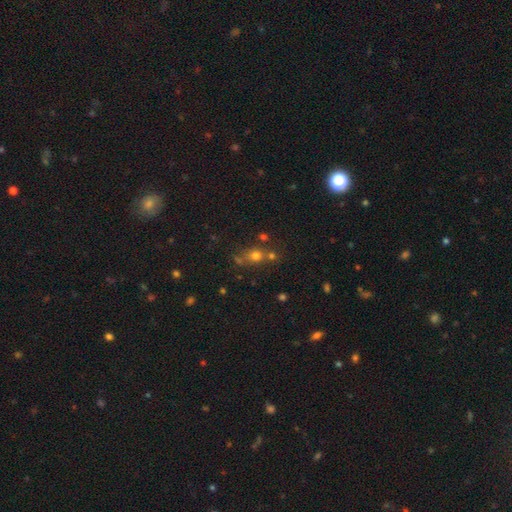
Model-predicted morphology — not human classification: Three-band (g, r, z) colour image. It shows a smooth galaxy with no disk features (65%) that is round (74%). Merging: none (57%).